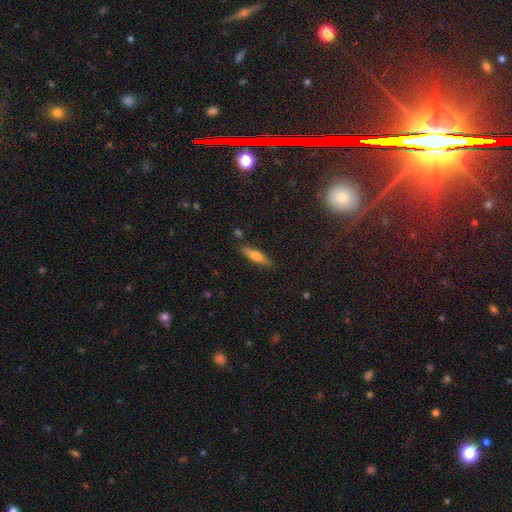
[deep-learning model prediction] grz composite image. It shows a smooth galaxy with no disk features (57%) that is cigar-shaped (71%). Merging: none (83%).